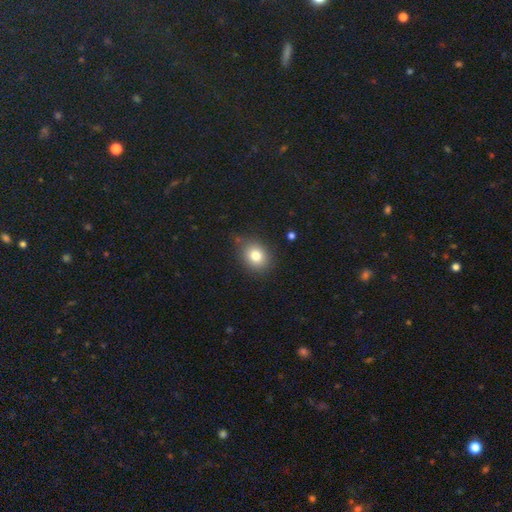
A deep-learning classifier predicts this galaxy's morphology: Smooth or featured: smooth — 80% (star or artifact — 11%)
How rounded: round — 54% (in between — 45%)
Merging: none — 81% (minor disturbance — 13%)